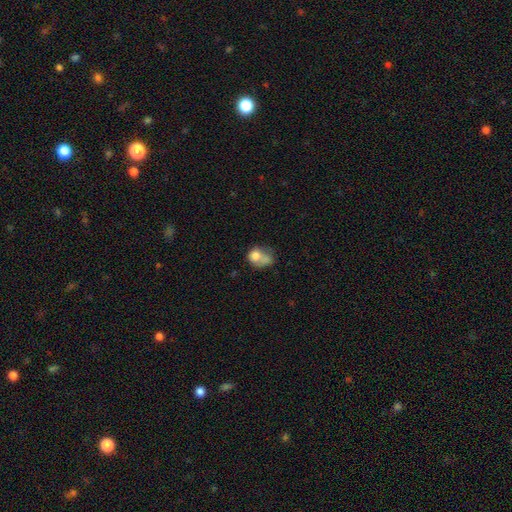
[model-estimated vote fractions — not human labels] Q: Smooth or featured?
A: smooth (70%); runner-up: featured or disk (20%)
Q: How rounded?
A: round (52%); runner-up: in between (47%)
Q: Merging?
A: merger (41%); runner-up: none (23%)